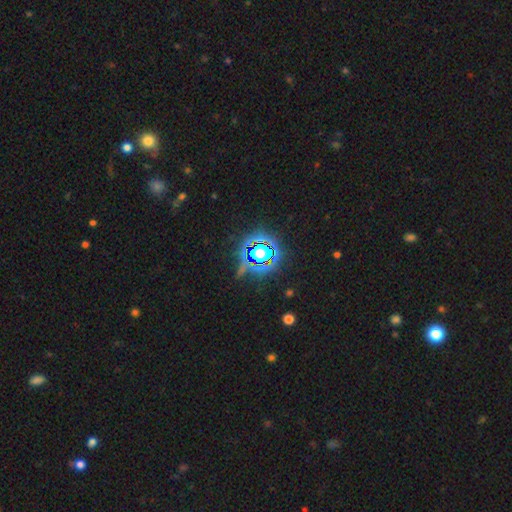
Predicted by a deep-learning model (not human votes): Q: Smooth or featured?
A: star or artifact (80%); runner-up: smooth (12%)